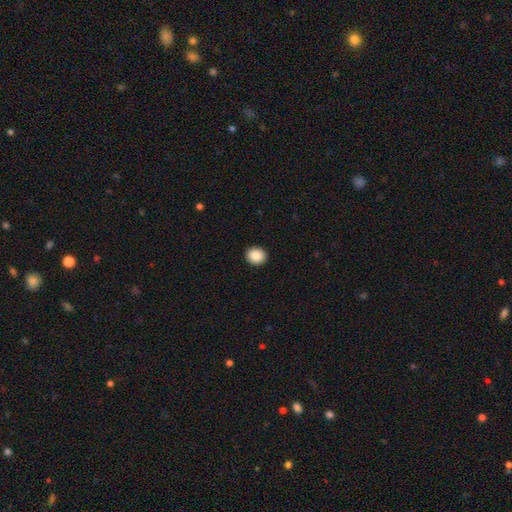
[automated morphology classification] This appears to be a smooth galaxy with no disk features (88%) that is round (76%). Merging: none (93%).